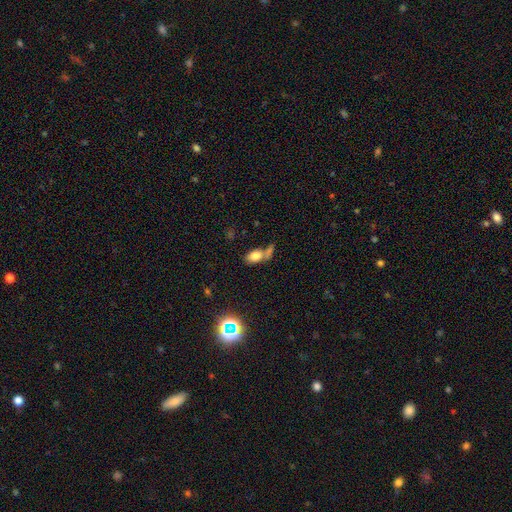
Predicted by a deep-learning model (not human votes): The model was most divided on "merging": merger: 42%, none: 35%, minor disturbance: 13%, major disturbance: 9%. More confident: how rounded — in between (86%); smooth or featured — smooth (76%).